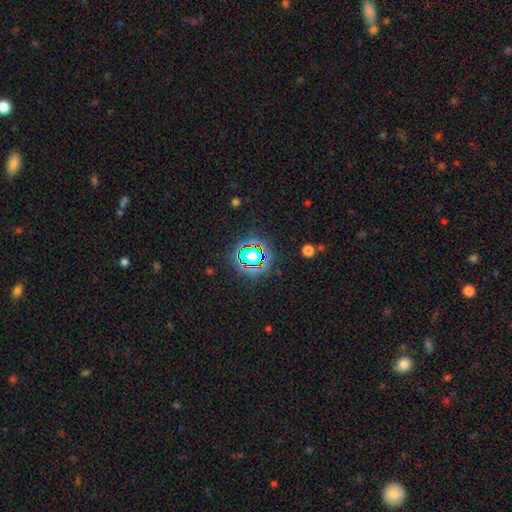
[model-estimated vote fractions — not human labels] The model was most divided on "smooth or featured": star or artifact: 80%, smooth: 13%, featured or disk: 8%.